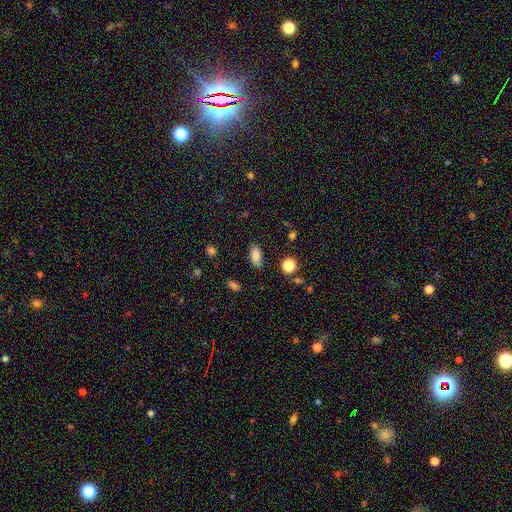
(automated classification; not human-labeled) smooth-or-featured: smooth: 81% | star or artifact: 10% | featured or disk: 8%
  how-rounded: in between: 88% | cigar-shaped: 8% | round: 5%
  merging: none: 81% | minor disturbance: 14% | major disturbance: 3% | merger: 2%